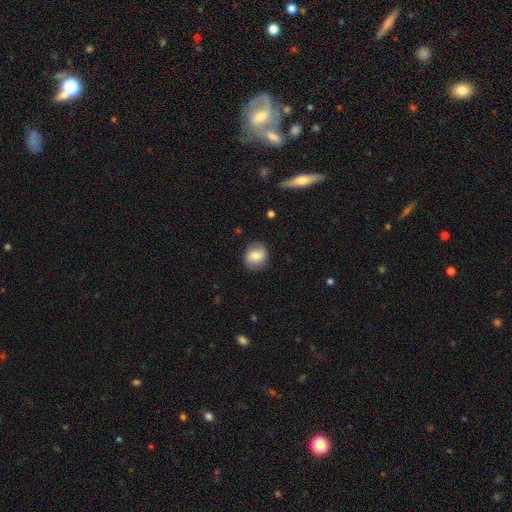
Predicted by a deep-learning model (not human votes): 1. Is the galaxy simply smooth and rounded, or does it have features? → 66% smooth, 26% featured or disk, 8% star or artifact.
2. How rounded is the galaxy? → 72% round, 27% in between, 1% cigar-shaped.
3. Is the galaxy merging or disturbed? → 81% none, 14% minor disturbance, 4% major disturbance, 1% merger.